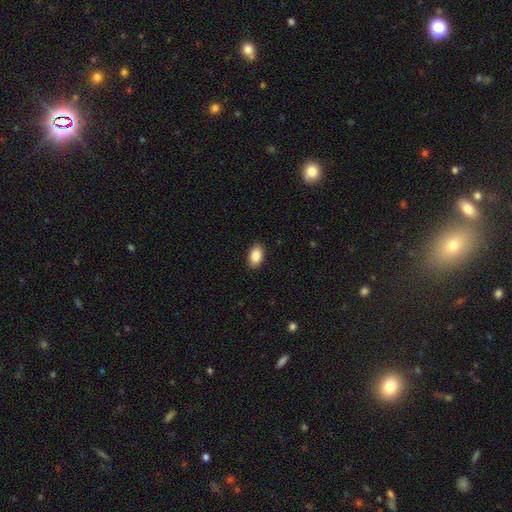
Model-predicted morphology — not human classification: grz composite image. It shows a smooth galaxy with no disk features (88%) that is in between round and cigar-shaped (91%). Merging: none (89%).